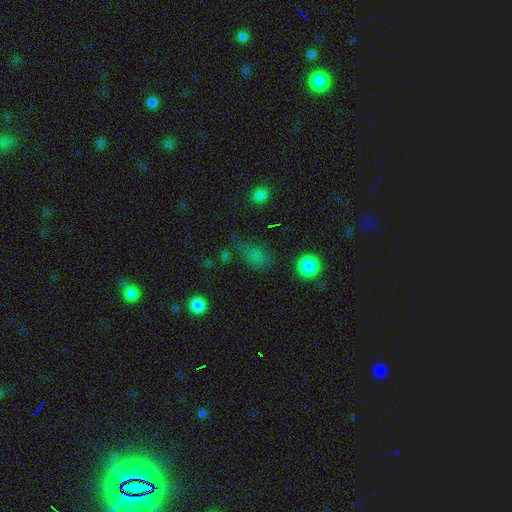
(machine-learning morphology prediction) This is likely a smooth galaxy (71%). How rounded: likely in between (63%). Merging: possibly none (57%).